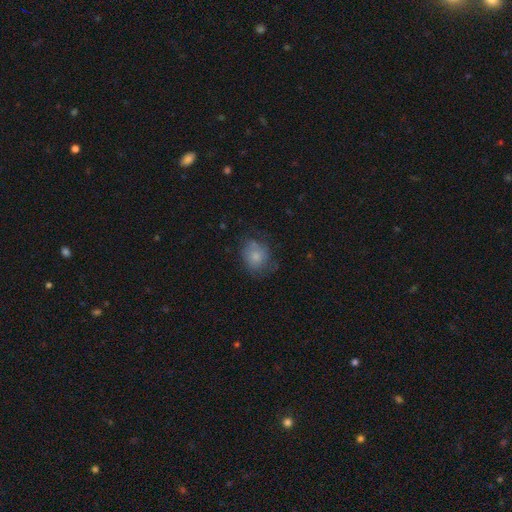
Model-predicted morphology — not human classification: Smooth or featured? Predicted: smooth (p=0.72). How rounded? Predicted: round (p=0.64). Merging? Predicted: none (p=0.56).